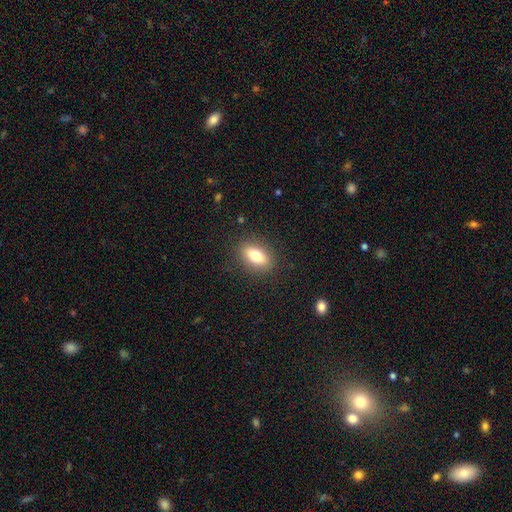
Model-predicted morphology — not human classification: Q: Smooth or featured?
A: smooth (75%); runner-up: featured or disk (16%)
Q: How rounded?
A: in between (83%); runner-up: round (9%)
Q: Merging?
A: none (87%); runner-up: minor disturbance (9%)